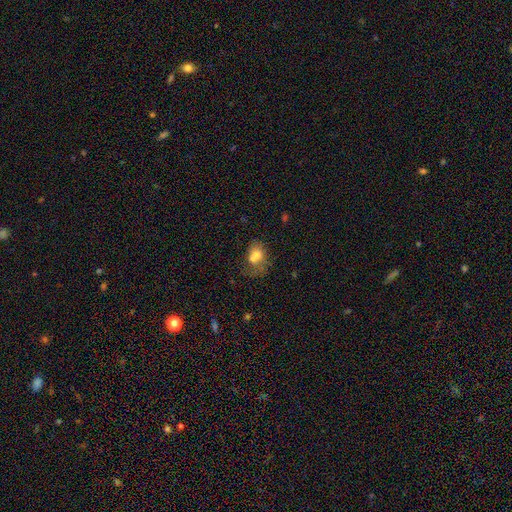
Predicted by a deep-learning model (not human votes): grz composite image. It shows a smooth galaxy with no disk features (67%) that is in between round and cigar-shaped (61%). Merging: merger (44%).